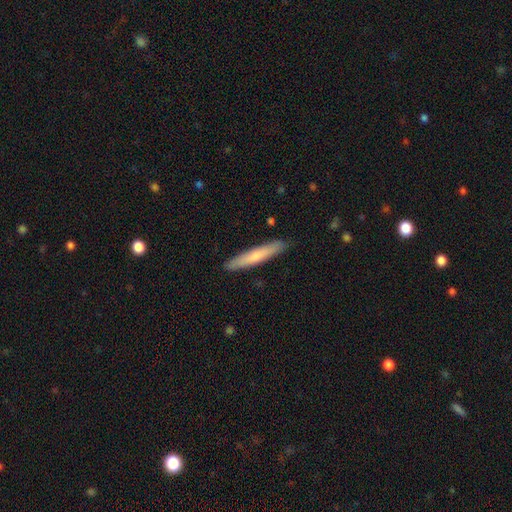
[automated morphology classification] smooth-or-featured: smooth: 64% | featured or disk: 31% | star or artifact: 5%
  how-rounded: cigar-shaped: 93% | in between: 5% | round: 1%
  merging: none: 89% | minor disturbance: 8% | major disturbance: 1% | merger: 1%